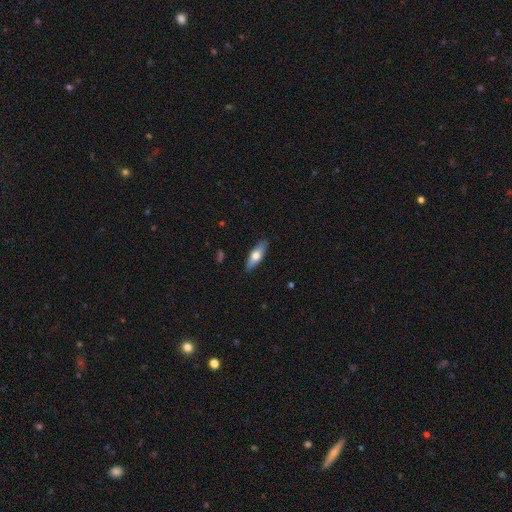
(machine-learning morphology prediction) Smooth or featured? smooth (61%)
How rounded? in between (53%)
Merging? none (88%)